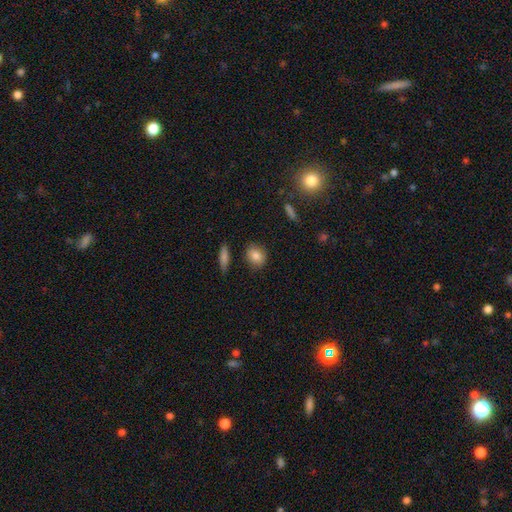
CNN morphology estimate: This is clearly a smooth galaxy (85%). How rounded: possibly round (58%). Merging: clearly none (85%).